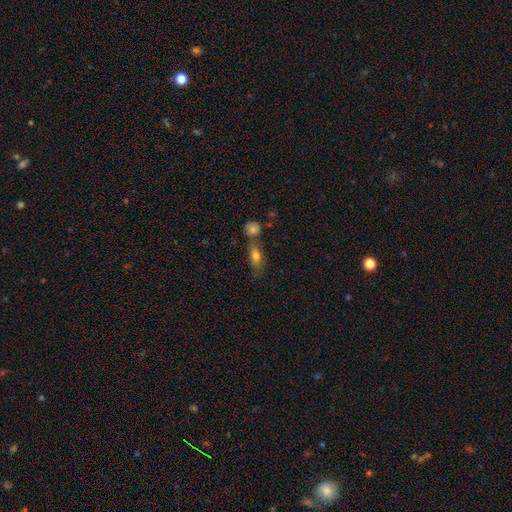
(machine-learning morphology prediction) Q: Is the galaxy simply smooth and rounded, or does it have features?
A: smooth — 74%.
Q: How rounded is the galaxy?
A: in between — 75%.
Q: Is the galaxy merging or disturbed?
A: none — 52%.